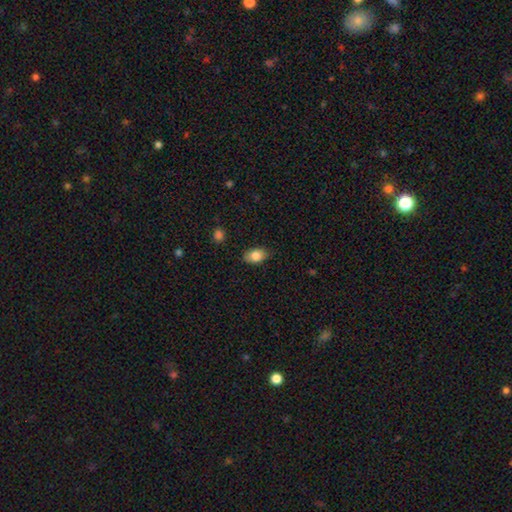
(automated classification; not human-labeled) A smooth galaxy with no disk features (82%) that is in between round and cigar-shaped (88%).

Vote fractions:
- Smooth or featured? smooth: 82% / featured or disk: 10% / star or artifact: 8%
- How rounded? in between: 88% / round: 10% / cigar-shaped: 2%
- Merging? none: 85% / minor disturbance: 11% / major disturbance: 2% / merger: 1%